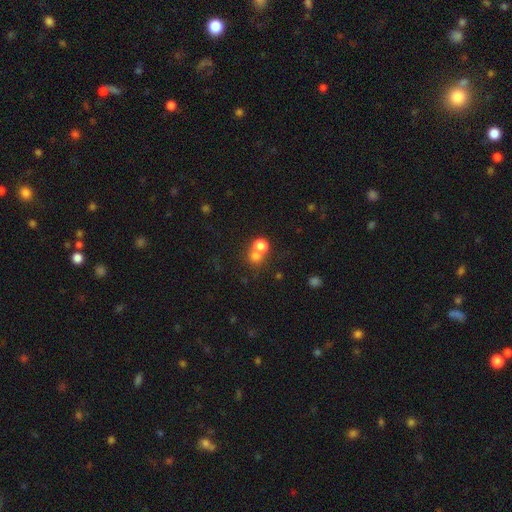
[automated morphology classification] This is likely a smooth galaxy (73%). How rounded: clearly round (87%). Merging: possibly none (47%).